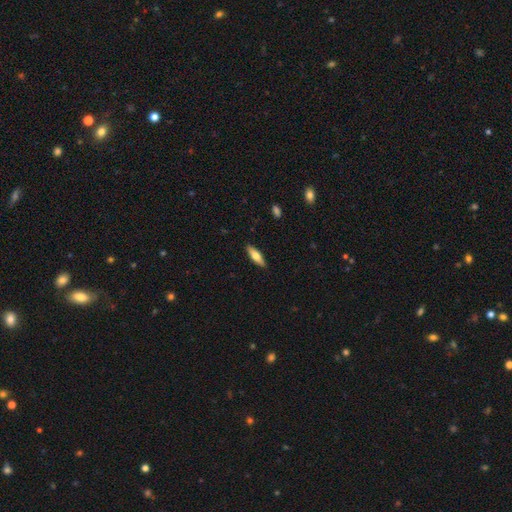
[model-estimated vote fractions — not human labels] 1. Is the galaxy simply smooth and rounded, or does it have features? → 64% smooth, 30% featured or disk, 6% star or artifact.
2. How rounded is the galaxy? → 55% cigar-shaped, 43% in between, 2% round.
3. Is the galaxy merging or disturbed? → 89% none, 8% minor disturbance, 2% major disturbance, 1% merger.